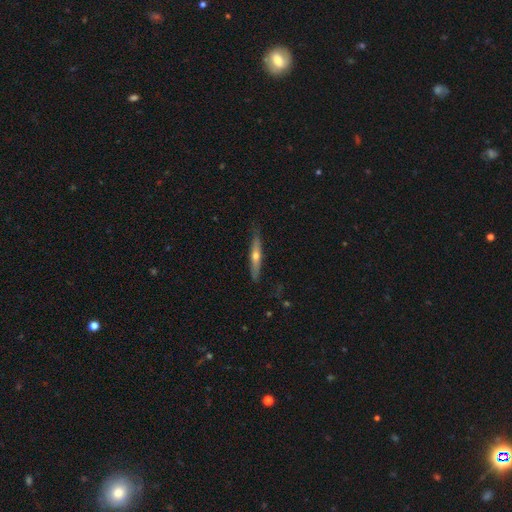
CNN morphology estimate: Overall: featured or disk (58%; smooth 36%). Edge-on disk: yes (93%). Edge-on bulge: rounded (85%). Merging: none (84%).